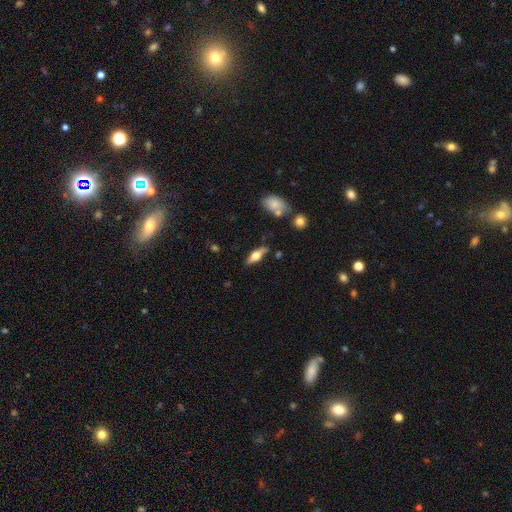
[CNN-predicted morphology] smooth-or-featured: featured or disk: 52% | smooth: 41% | star or artifact: 7%
  disk-edge-on: yes: 91% | no: 9%
  merging: none: 79% | minor disturbance: 14% | major disturbance: 4% | merger: 3%